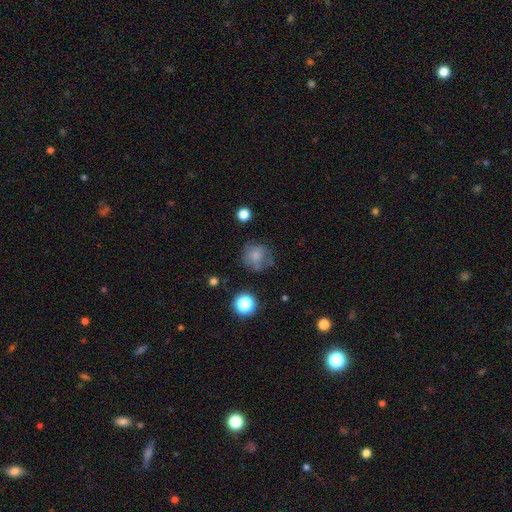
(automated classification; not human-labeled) This is likely a smooth galaxy (70%). How rounded: clearly round (87%). Merging: likely none (63%).